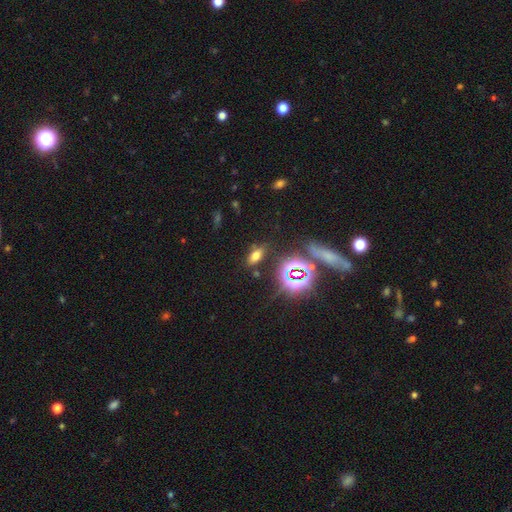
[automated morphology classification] Q: Smooth or featured?
A: smooth (58%); runner-up: star or artifact (31%)
Q: How rounded?
A: in between (81%); runner-up: cigar-shaped (11%)
Q: Merging?
A: none (81%); runner-up: minor disturbance (11%)